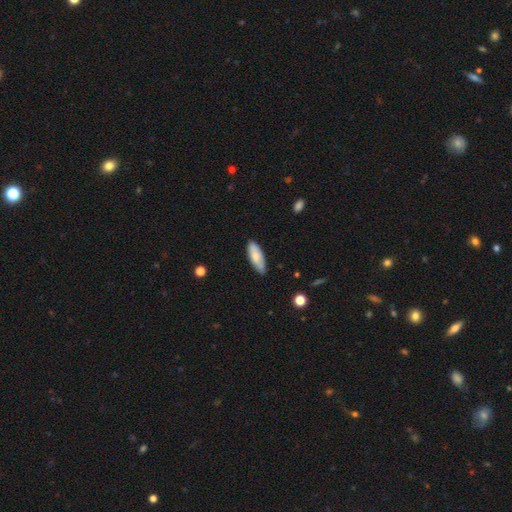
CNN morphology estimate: Smooth or featured: smooth — 72% (featured or disk — 22%)
How rounded: in between — 67% (cigar-shaped — 31%)
Merging: none — 82% (minor disturbance — 15%)